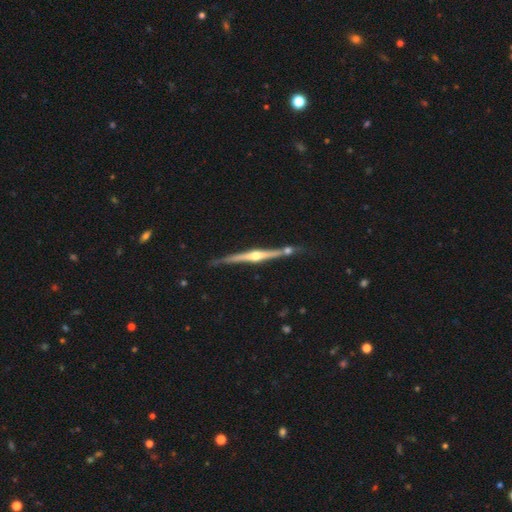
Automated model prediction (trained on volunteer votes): featured or disk 82%, smooth 13%, star or artifact 5%. Down the decision tree: edge-on disk — yes (98%); edge-on bulge — rounded (93%); merging — none (73%).